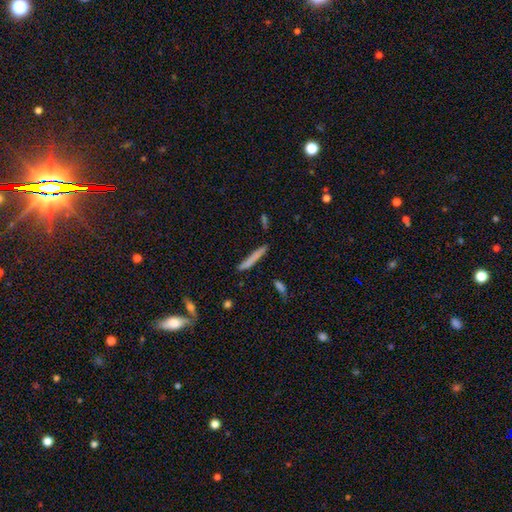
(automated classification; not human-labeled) smooth_or_featured: smooth (p=0.67) [alt: featured or disk p=0.25]
how_rounded: cigar-shaped (p=0.96) [alt: in between p=0.03]
merging: none (p=0.82) [alt: minor disturbance p=0.12]